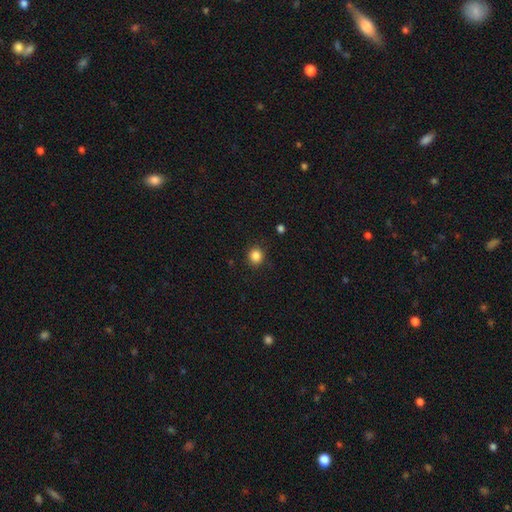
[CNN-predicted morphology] smooth-or-featured: smooth: 85% | star or artifact: 11% | featured or disk: 4%
  how-rounded: round: 85% | in between: 14% | cigar-shaped: 1%
  merging: none: 89% | minor disturbance: 7% | major disturbance: 2% | merger: 1%